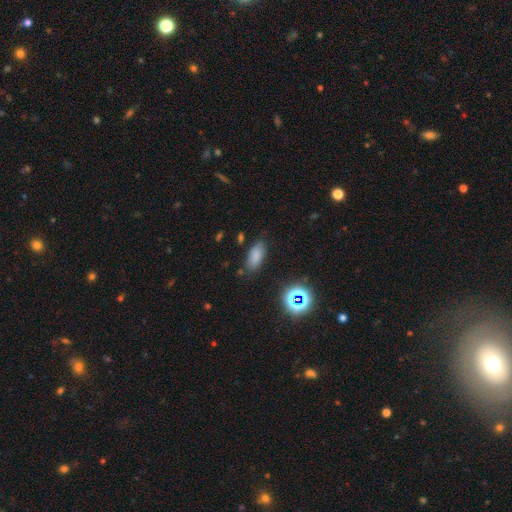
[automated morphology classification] Smooth or featured?
  - smooth: 79% *
  - star or artifact: 14%
  - featured or disk: 7%
How rounded?
  - in between: 86% *
  - cigar-shaped: 10%
  - round: 4%
Merging?
  - none: 80% *
  - minor disturbance: 13%
  - major disturbance: 4%
  - merger: 3%